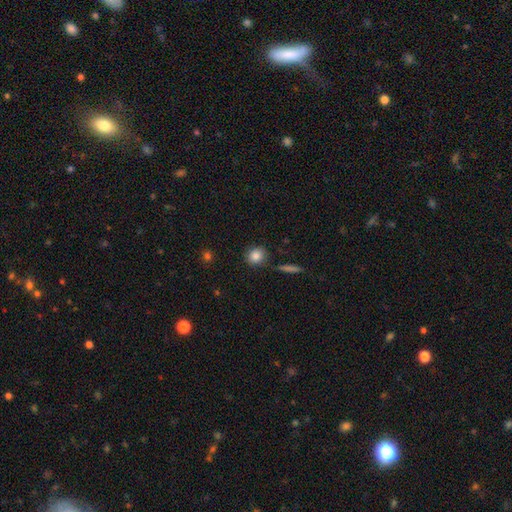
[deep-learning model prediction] Q: Smooth or featured?
A: smooth (84%); runner-up: star or artifact (9%)
Q: How rounded?
A: round (82%); runner-up: in between (17%)
Q: Merging?
A: none (85%); runner-up: minor disturbance (9%)